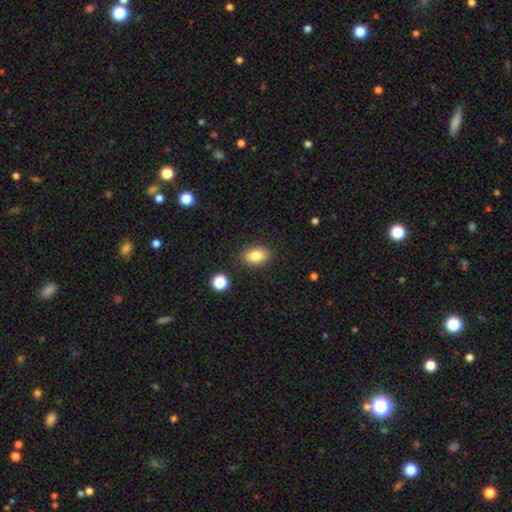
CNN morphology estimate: Smooth or featured? smooth (83%)
How rounded? in between (81%)
Merging? none (86%)